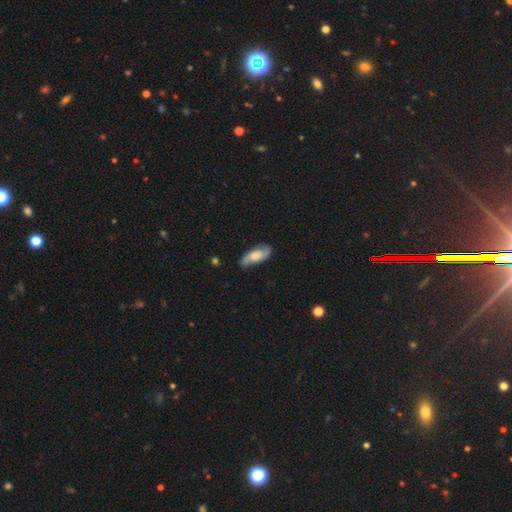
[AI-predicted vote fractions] Q: Smooth or featured?
A: smooth (60%); runner-up: featured or disk (34%)
Q: How rounded?
A: in between (80%); runner-up: cigar-shaped (18%)
Q: Merging?
A: none (80%); runner-up: minor disturbance (16%)